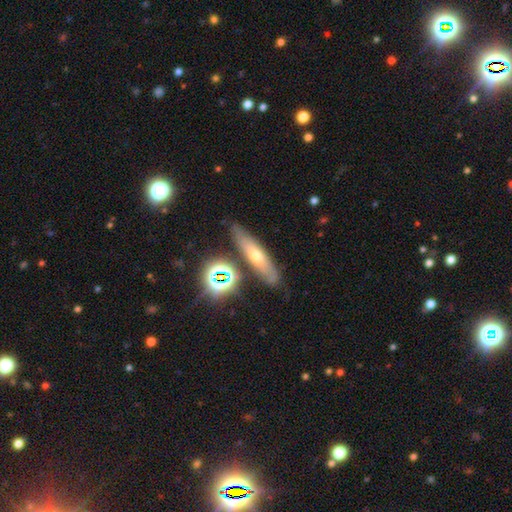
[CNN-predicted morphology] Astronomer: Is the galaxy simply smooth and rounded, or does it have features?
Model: smooth — 43% (runner-up: featured or disk, 38%).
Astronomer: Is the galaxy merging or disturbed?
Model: none — 80%.